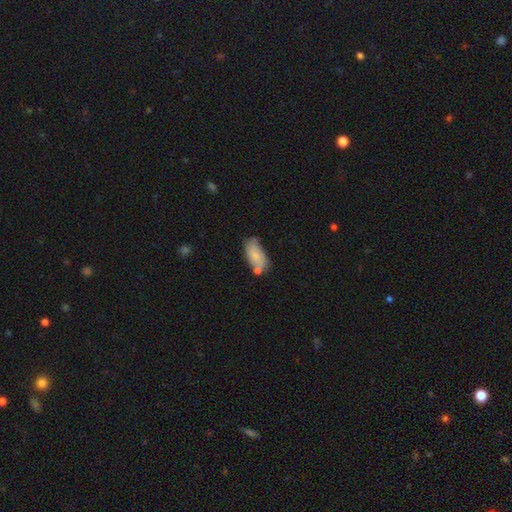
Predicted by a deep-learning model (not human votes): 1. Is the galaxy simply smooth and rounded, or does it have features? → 75% smooth, 18% featured or disk, 6% star or artifact.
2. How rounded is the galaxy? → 91% in between, 7% cigar-shaped, 3% round.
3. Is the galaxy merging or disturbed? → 56% none, 22% minor disturbance, 17% merger, 5% major disturbance.